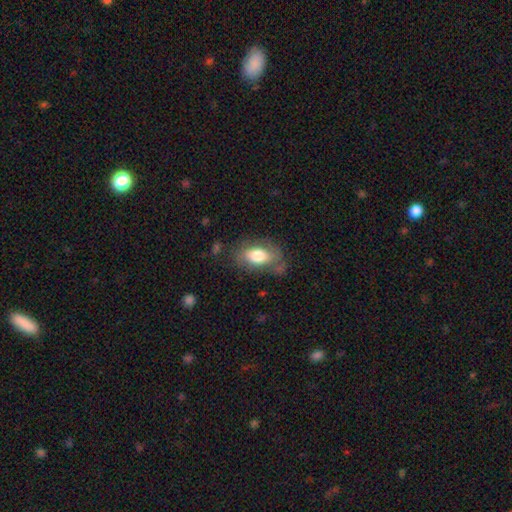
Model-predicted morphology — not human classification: Smooth or featured? smooth (70%)
How rounded? in between (89%)
Merging? none (57%)